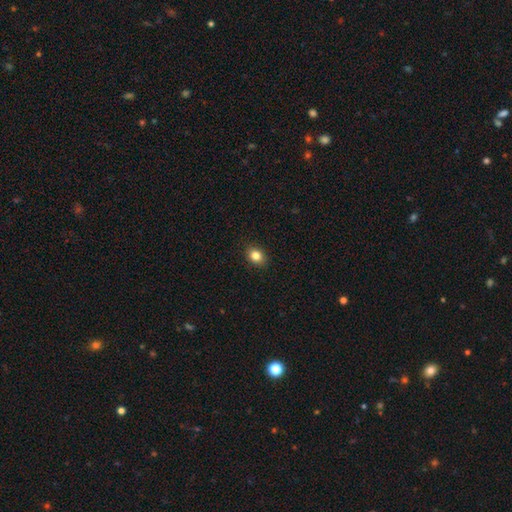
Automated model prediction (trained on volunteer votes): Q: Smooth or featured?
A: smooth (83%); runner-up: star or artifact (10%)
Q: How rounded?
A: in between (50%); runner-up: round (49%)
Q: Merging?
A: none (90%); runner-up: minor disturbance (8%)